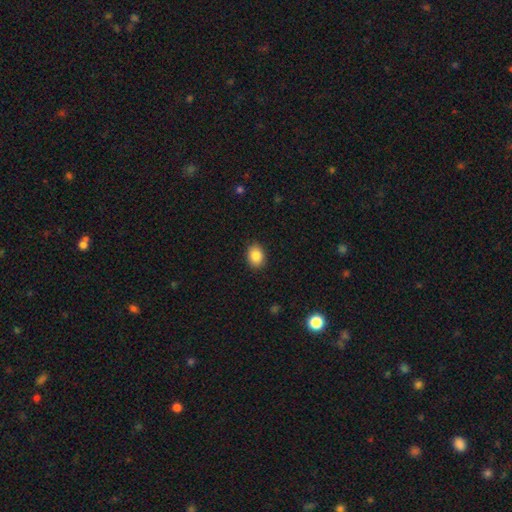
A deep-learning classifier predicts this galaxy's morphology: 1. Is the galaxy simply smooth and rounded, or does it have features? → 87% smooth, 8% star or artifact, 4% featured or disk.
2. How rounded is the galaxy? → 65% in between, 34% round, 1% cigar-shaped.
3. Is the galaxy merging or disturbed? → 89% none, 8% minor disturbance, 2% major disturbance, 1% merger.